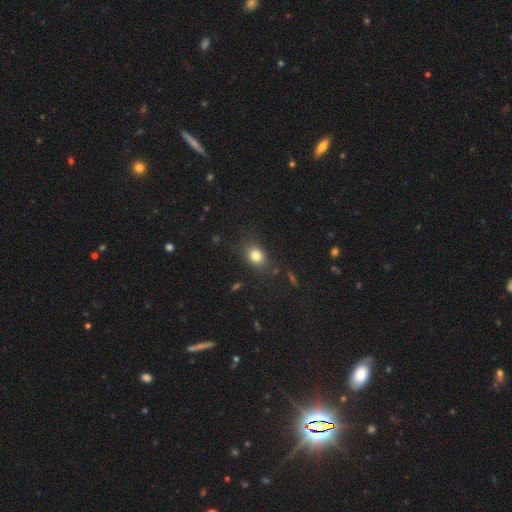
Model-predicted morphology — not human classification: smooth_or_featured: smooth (p=0.79) [alt: star or artifact p=0.12]
how_rounded: in between (p=0.53) [alt: round p=0.45]
merging: none (p=0.80) [alt: minor disturbance p=0.14]